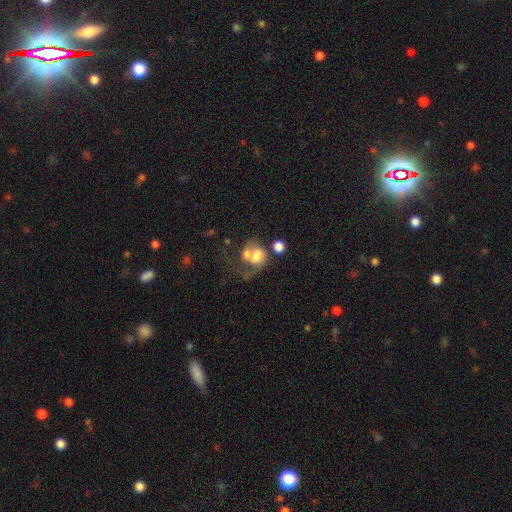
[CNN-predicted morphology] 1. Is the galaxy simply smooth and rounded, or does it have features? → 56% smooth, 34% featured or disk, 10% star or artifact.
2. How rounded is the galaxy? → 62% round, 37% in between, 1% cigar-shaped.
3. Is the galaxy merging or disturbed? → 50% merger, 23% major disturbance, 17% none, 10% minor disturbance.